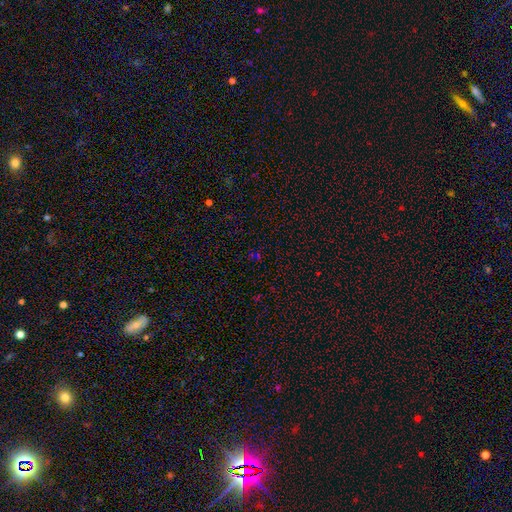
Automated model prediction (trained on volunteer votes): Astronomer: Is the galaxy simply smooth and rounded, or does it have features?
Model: star or artifact — 61%.